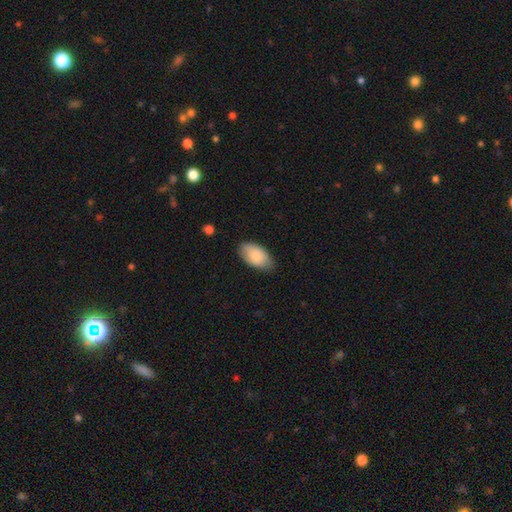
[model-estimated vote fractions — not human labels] Smooth or featured? Predicted: smooth (p=0.84). How rounded? Predicted: in between (p=0.95). Merging? Predicted: none (p=0.75).